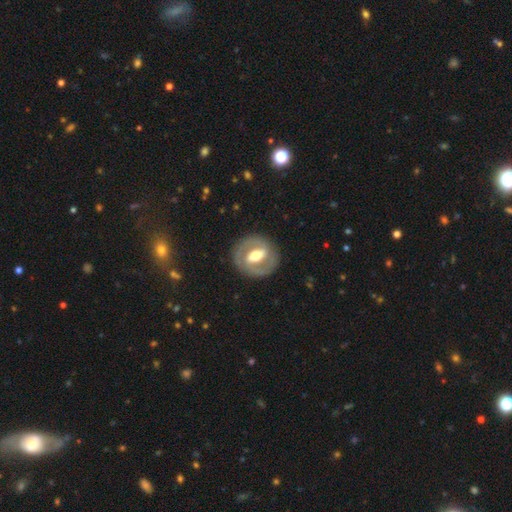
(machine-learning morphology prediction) type=featured or disk (74%); edge-on=no (95%); bar=strong (50%); spiral arms=yes (63%); bulge=moderate (66%); merging=none (85%).